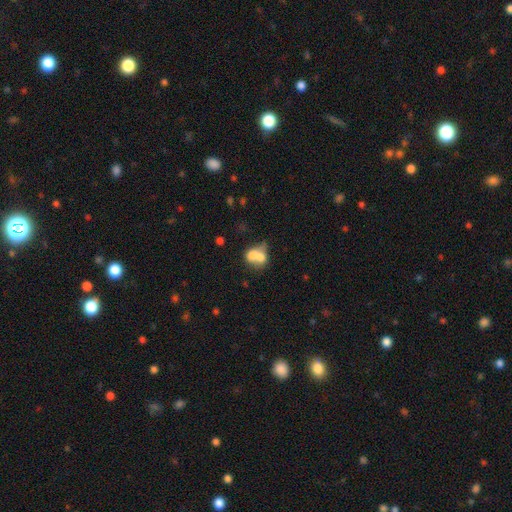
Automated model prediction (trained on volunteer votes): smooth_or_featured: smooth (p=0.66) [alt: featured or disk p=0.24]
how_rounded: round (p=0.55) [alt: in between p=0.44]
merging: merger (p=0.70) [alt: none p=0.19]